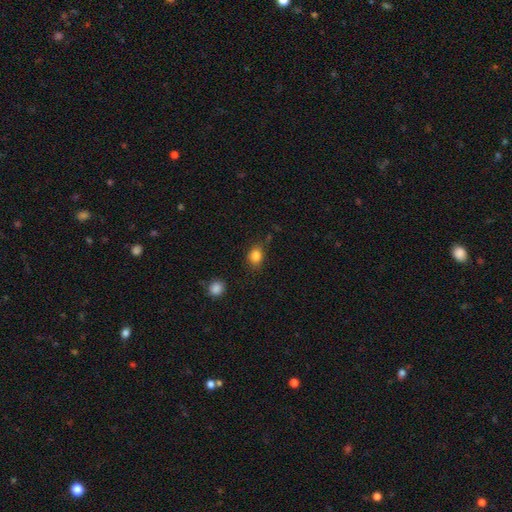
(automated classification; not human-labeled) This appears to be a smooth galaxy with no disk features (84%) that is round (55%). Merging: none (72%).